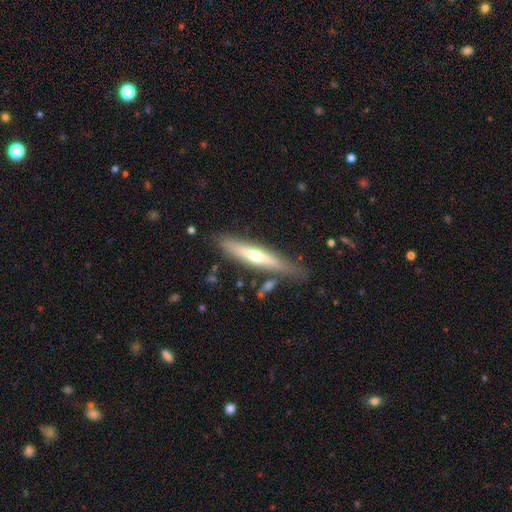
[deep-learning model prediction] Overall: featured or disk (54%; smooth 40%). Edge-on disk: yes (89%). Merging: none (77%).